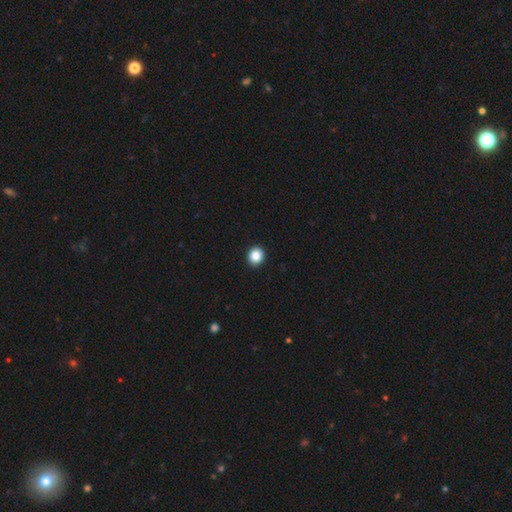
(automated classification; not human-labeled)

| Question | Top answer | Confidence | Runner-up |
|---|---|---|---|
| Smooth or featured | smooth | 87% | star or artifact (9%) |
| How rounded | round | 80% | in between (19%) |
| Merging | none | 93% | minor disturbance (4%) |